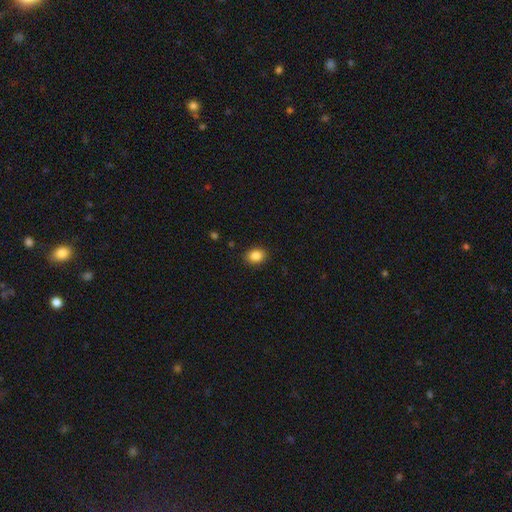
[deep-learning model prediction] Morphology: type=smooth (86%); roundness=in between (51%); merging=none (88%).